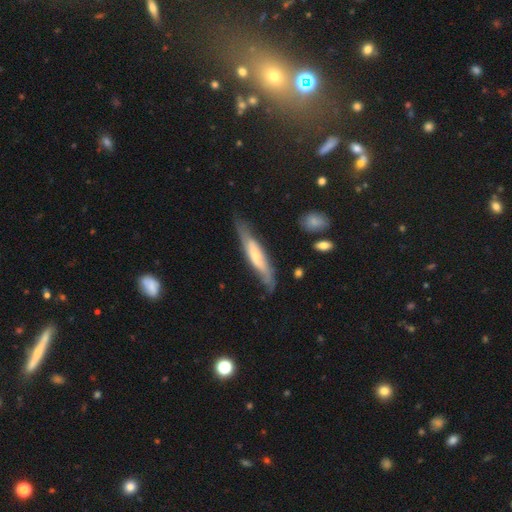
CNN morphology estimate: smooth_or_featured: featured or disk (p=0.53) [alt: smooth p=0.42]
disk_edge_on: yes (p=0.64) [alt: no p=0.36]
merging: none (p=0.63) [alt: minor disturbance p=0.25]